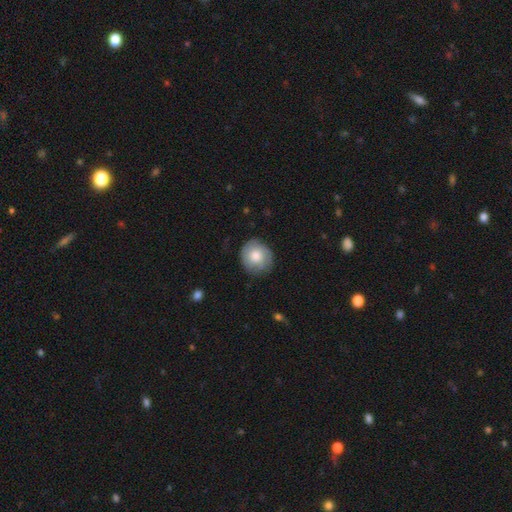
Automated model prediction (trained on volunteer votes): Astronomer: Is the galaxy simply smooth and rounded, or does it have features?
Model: smooth — 58% (runner-up: featured or disk, 35%).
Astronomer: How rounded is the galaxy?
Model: round — 86%.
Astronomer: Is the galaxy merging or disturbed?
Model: none — 78%.